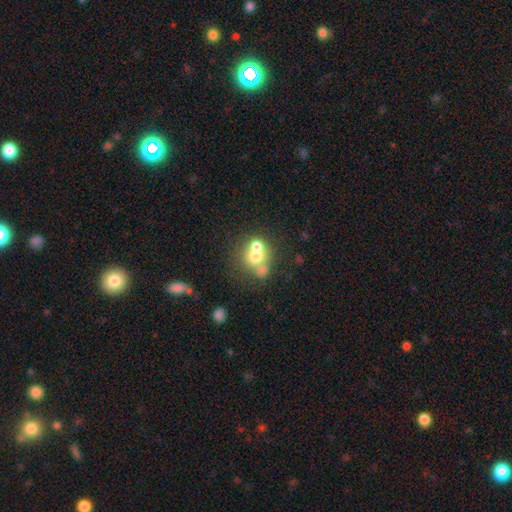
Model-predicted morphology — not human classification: Smooth or featured? Predicted: smooth (p=0.61). How rounded? Predicted: round (p=0.76). Merging? Predicted: merger (p=0.55).